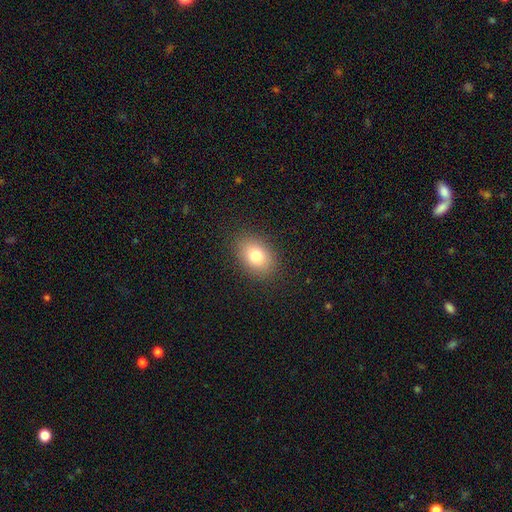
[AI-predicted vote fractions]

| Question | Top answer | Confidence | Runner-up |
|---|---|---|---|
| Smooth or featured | smooth | 79% | featured or disk (10%) |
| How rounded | in between | 75% | round (24%) |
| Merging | none | 87% | minor disturbance (9%) |